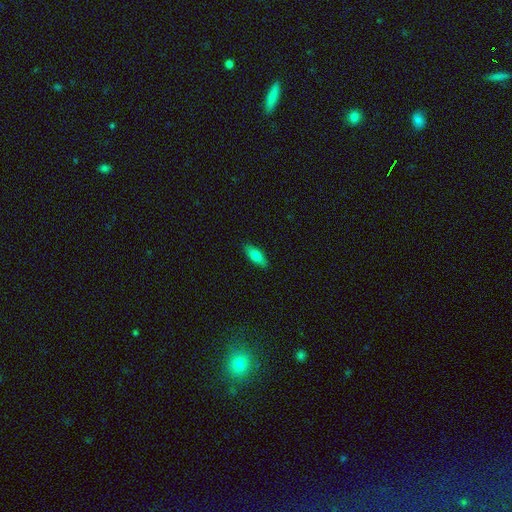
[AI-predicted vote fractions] Smooth or featured? smooth (75%)
How rounded? in between (68%)
Merging? none (88%)